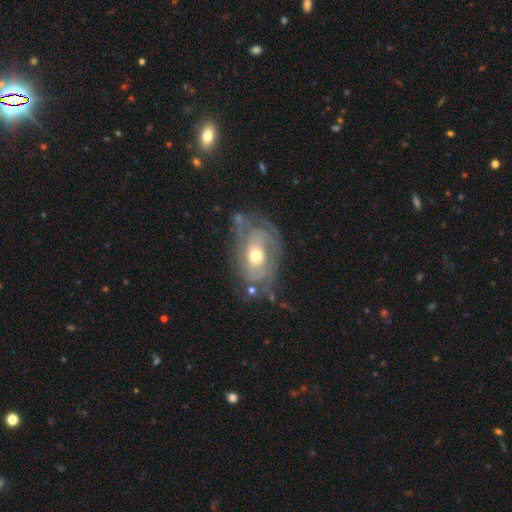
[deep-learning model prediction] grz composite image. It shows a featured or disk galaxy (79%) with no bar (75%), tight (63%) spiral arms (83%) and a moderate central bulge (65%). Merging: none (56%).